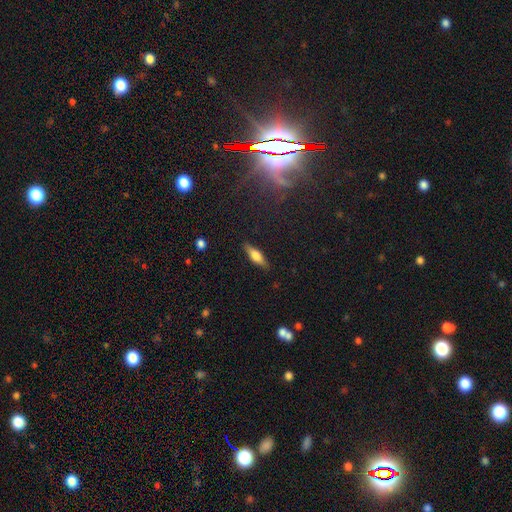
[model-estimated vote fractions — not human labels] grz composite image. It shows a smooth galaxy with no disk features (56%) that is cigar-shaped (52%). Merging: none (87%).